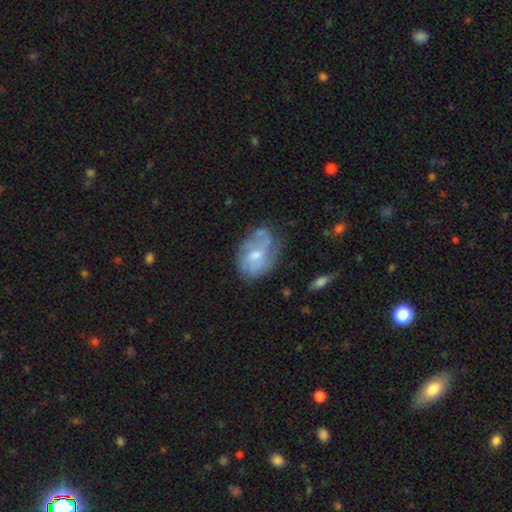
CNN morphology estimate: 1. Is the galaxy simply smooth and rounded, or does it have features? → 53% featured or disk, 39% smooth, 9% star or artifact.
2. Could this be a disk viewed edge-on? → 96% no, 4% yes.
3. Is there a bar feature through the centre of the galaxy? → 69% no, 27% weak, 4% strong.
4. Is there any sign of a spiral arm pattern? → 52% yes, 48% no.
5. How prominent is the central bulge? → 49% moderate, 42% small, 5% none, 3% large, 1% dominant.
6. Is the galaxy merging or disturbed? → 50% none, 29% minor disturbance, 15% major disturbance, 6% merger.